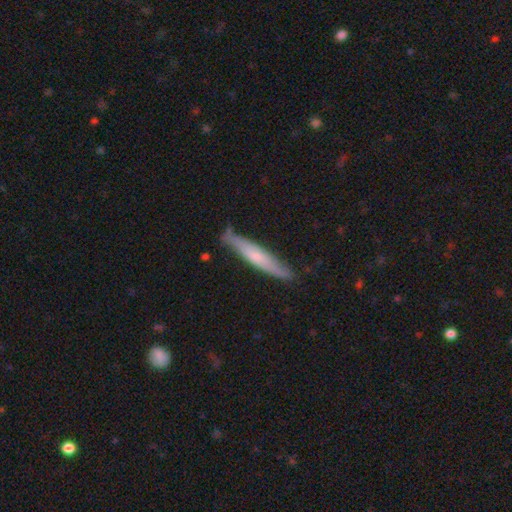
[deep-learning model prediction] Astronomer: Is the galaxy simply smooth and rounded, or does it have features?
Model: smooth — 51% (runner-up: featured or disk, 43%).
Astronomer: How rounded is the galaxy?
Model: cigar-shaped — 93%.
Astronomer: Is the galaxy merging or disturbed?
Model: none — 79%.